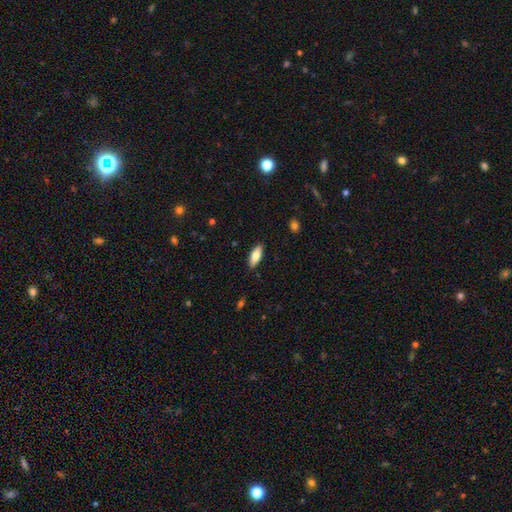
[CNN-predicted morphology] Smooth or featured: smooth — 77% (featured or disk — 17%)
How rounded: in between — 70% (cigar-shaped — 28%)
Merging: none — 88% (minor disturbance — 9%)